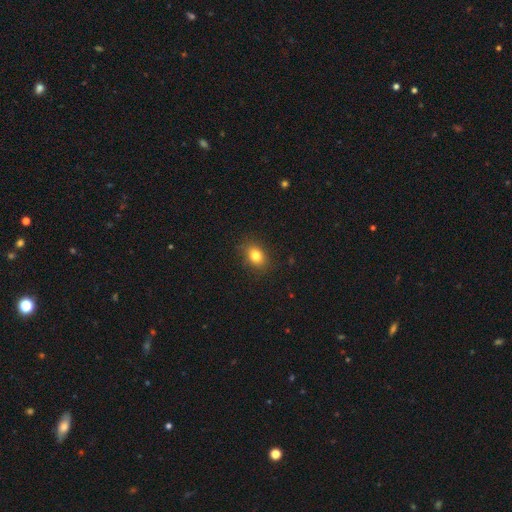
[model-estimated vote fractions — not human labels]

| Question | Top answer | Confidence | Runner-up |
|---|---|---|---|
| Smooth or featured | smooth | 82% | star or artifact (11%) |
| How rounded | in between | 66% | round (32%) |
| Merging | none | 84% | minor disturbance (12%) |